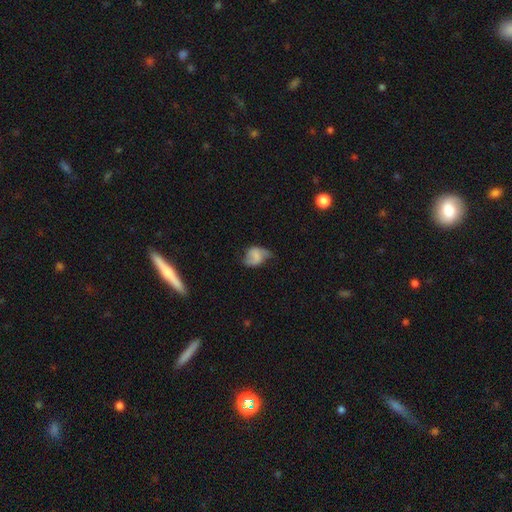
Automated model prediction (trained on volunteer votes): Smooth or featured? Predicted: smooth (p=0.51). How rounded? Predicted: in between (p=0.67). Merging? Predicted: none (p=0.41).